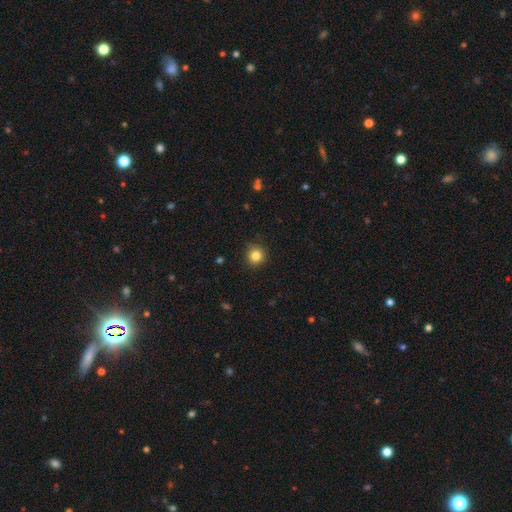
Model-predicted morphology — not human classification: Overall: smooth (84%). How rounded: round (92%). Merging: none (86%).